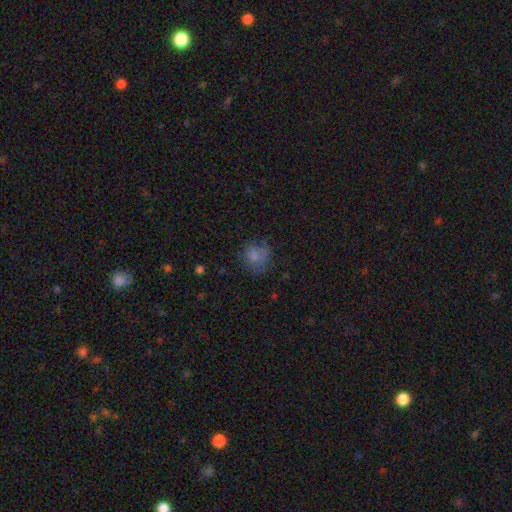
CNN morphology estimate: Smooth or featured? smooth (73%)
How rounded? round (75%)
Merging? none (55%)